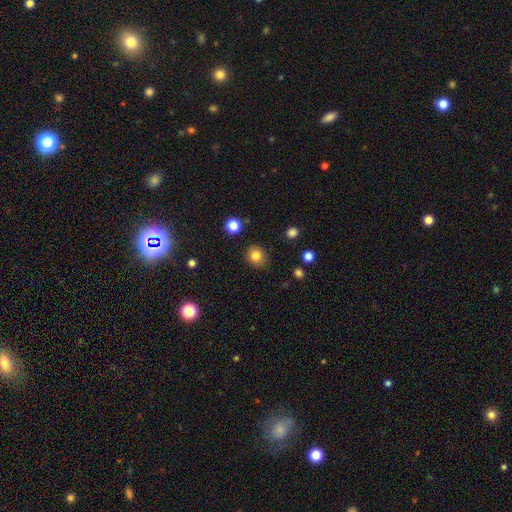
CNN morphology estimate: Smooth or featured: smooth — 82% (star or artifact — 11%)
How rounded: round — 82% (in between — 18%)
Merging: none — 88% (minor disturbance — 8%)